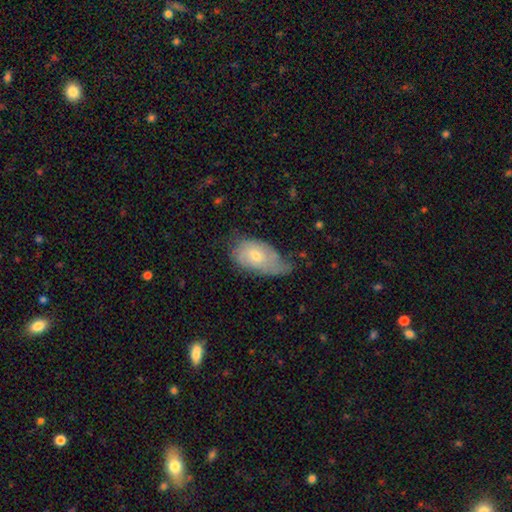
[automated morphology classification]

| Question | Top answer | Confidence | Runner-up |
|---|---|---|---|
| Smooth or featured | smooth | 51% | featured or disk (42%) |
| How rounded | in between | 90% | round (7%) |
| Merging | minor disturbance | 43% | none (36%) |